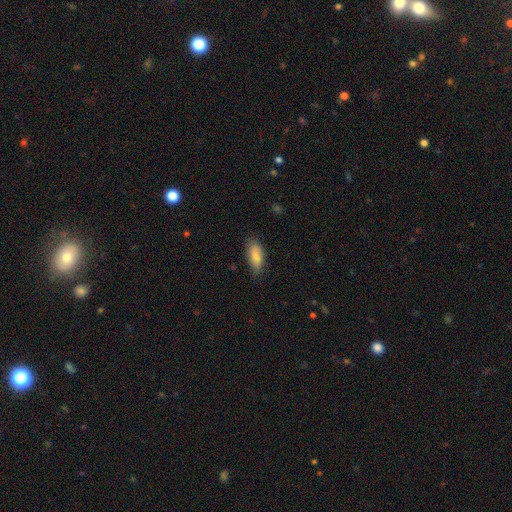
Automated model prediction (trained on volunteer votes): Smooth or featured?
  - smooth: 86% *
  - featured or disk: 8%
  - star or artifact: 6%
How rounded?
  - in between: 80% *
  - cigar-shaped: 18%
  - round: 2%
Merging?
  - none: 75% *
  - minor disturbance: 20%
  - major disturbance: 4%
  - merger: 1%